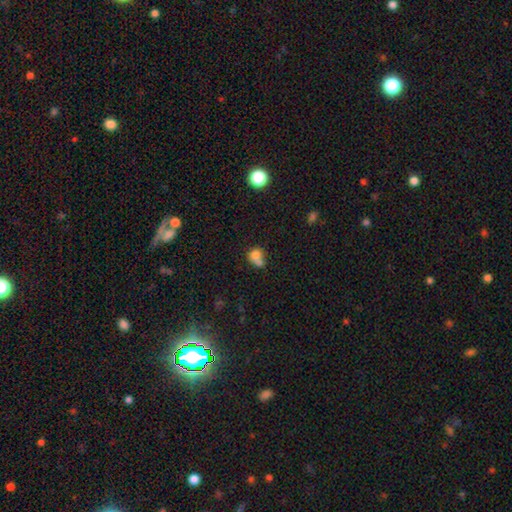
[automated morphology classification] The model was most divided on "how rounded": round: 58%, in between: 41%, cigar-shaped: 1%. Remaining: smooth or featured — smooth (76%); merging — merger (48%).